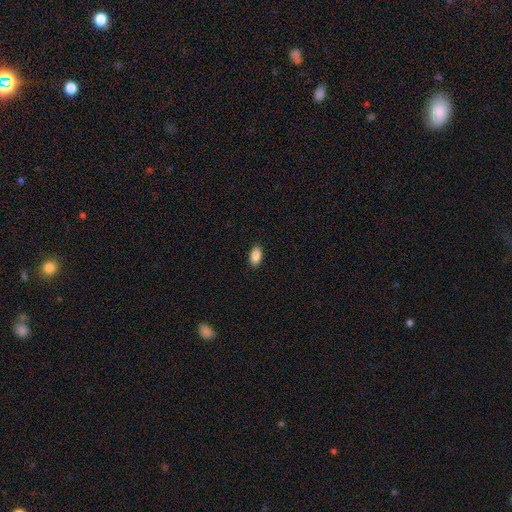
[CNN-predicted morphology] Q: Smooth or featured?
A: smooth (89%); runner-up: star or artifact (7%)
Q: How rounded?
A: in between (93%); runner-up: cigar-shaped (4%)
Q: Merging?
A: none (89%); runner-up: minor disturbance (8%)